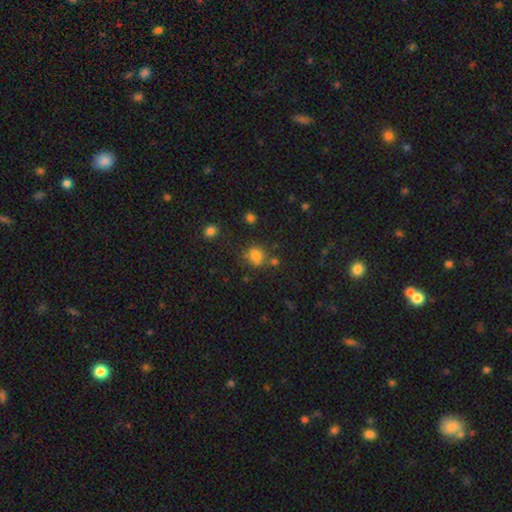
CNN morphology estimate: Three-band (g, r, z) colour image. It shows a smooth galaxy with no disk features (75%) that is round (75%). Merging: none (65%).